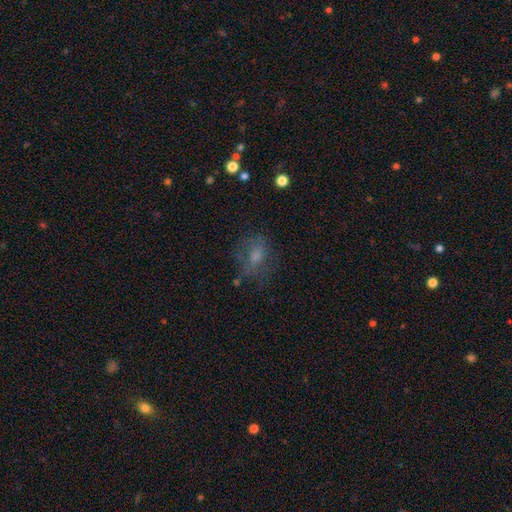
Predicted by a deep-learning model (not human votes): The model was most divided on "smooth or featured": smooth: 56%, featured or disk: 29%, star or artifact: 15%. More confident: how rounded — in between (63%); merging — none (57%).